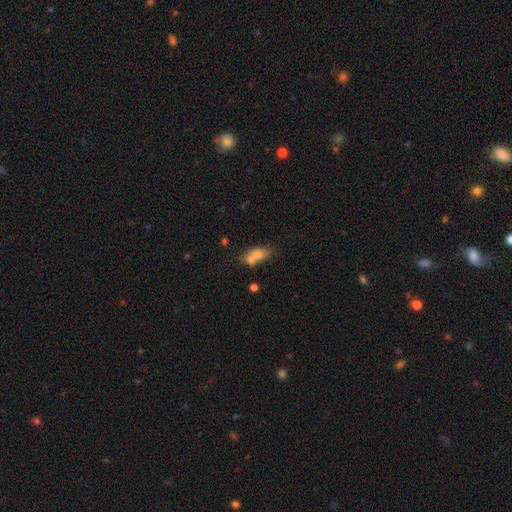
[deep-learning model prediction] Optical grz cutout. It shows a smooth galaxy with no disk features (73%) that is in between round and cigar-shaped (78%). Merging: none (41%).